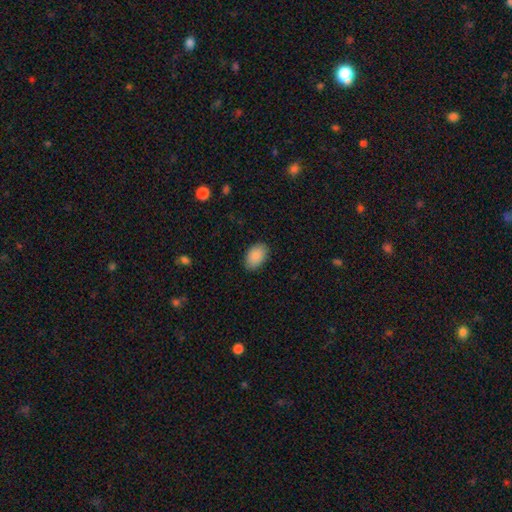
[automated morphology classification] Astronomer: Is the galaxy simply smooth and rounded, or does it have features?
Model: smooth — 89%.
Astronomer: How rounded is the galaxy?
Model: in between — 91%.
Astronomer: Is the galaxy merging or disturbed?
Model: none — 86%.